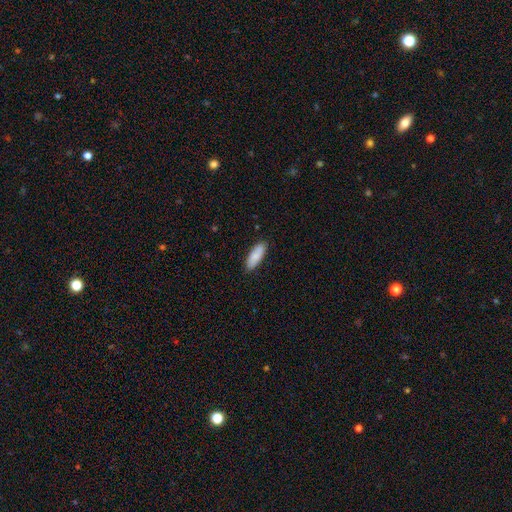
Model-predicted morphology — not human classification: A smooth galaxy with no disk features (84%) that is in between round and cigar-shaped (64%). Merging: none (85%).